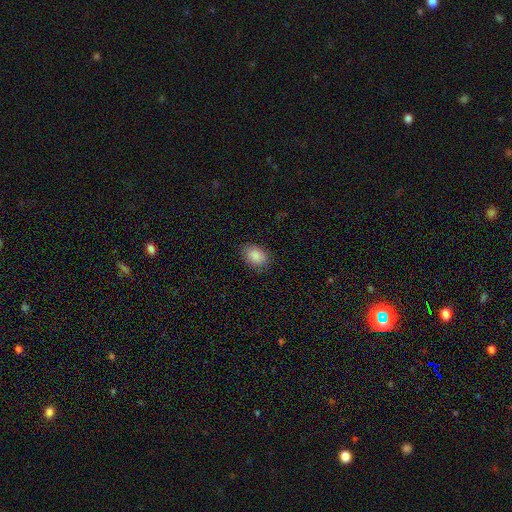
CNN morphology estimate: type=smooth (88%); roundness=in between (79%); merging=none (84%).